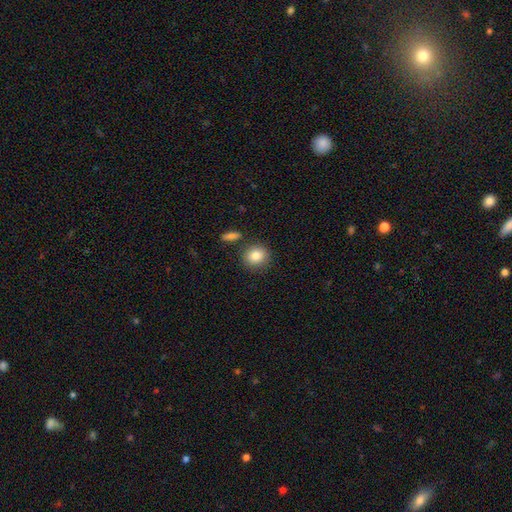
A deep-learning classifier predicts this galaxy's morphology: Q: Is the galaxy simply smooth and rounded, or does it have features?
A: smooth — 84%.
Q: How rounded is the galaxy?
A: round — 84%.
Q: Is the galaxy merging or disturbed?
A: none — 82%.